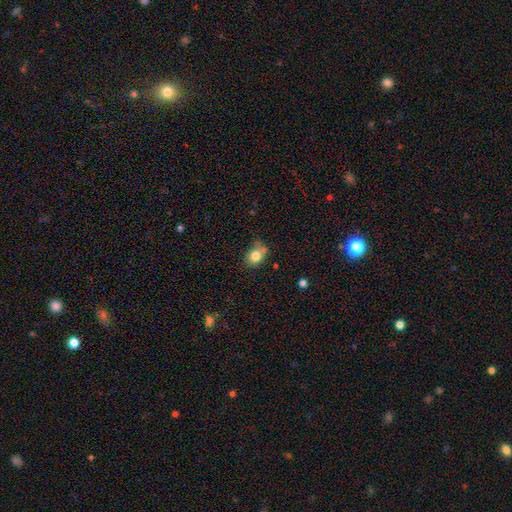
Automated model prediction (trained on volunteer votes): Smooth or featured? Predicted: smooth (p=0.81). How rounded? Predicted: round (p=0.54). Merging? Predicted: none (p=0.57).